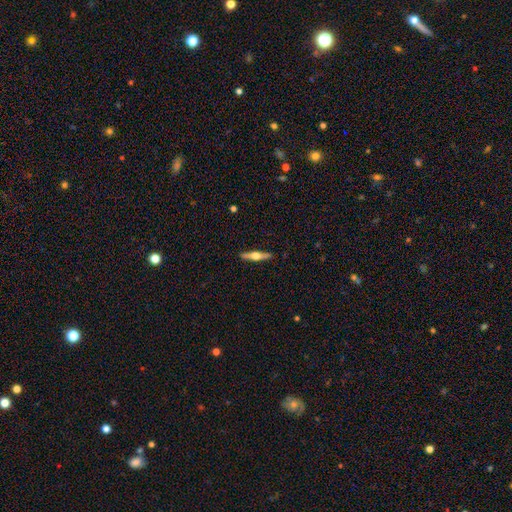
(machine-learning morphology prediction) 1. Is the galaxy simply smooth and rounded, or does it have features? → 64% featured or disk, 31% smooth, 5% star or artifact.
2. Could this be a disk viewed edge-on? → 97% yes, 3% no.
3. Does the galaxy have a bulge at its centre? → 94% rounded, 4% boxy, 2% none.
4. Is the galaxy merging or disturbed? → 90% none, 7% minor disturbance, 1% major disturbance, 1% merger.